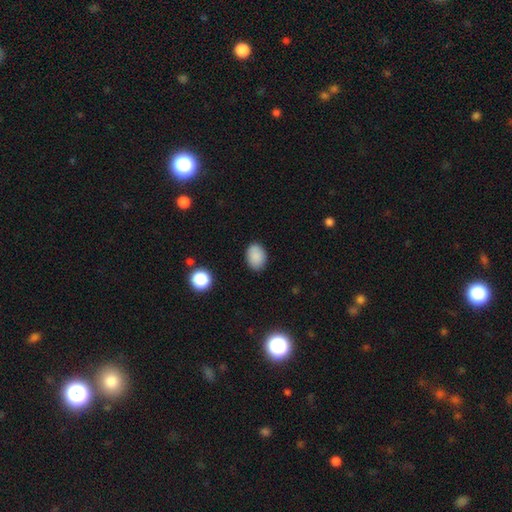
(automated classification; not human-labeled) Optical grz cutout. It shows a smooth galaxy with no disk features (87%) that is in between round and cigar-shaped (75%). Merging: none (86%).